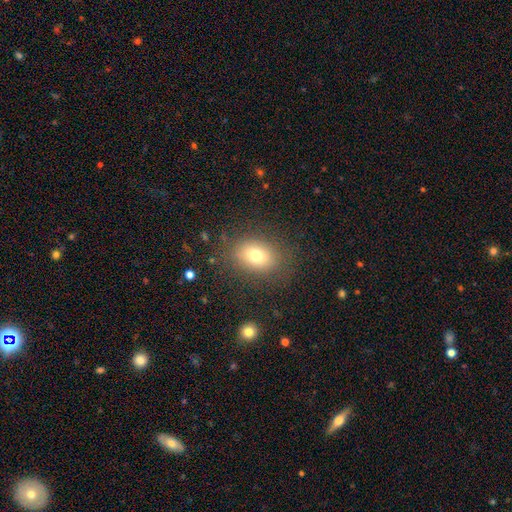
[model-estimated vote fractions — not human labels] Smooth or featured: smooth — 74% (featured or disk — 13%)
How rounded: in between — 67% (round — 32%)
Merging: none — 81% (minor disturbance — 11%)